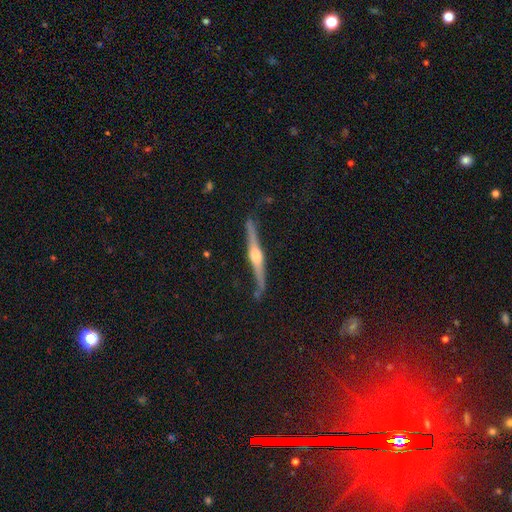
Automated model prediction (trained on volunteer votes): smooth-or-featured: featured or disk: 83% | smooth: 12% | star or artifact: 5%
  disk-edge-on: yes: 98% | no: 2%
    edge-on-bulge: rounded: 93% | boxy: 4% | none: 3%
  merging: none: 80% | minor disturbance: 14% | major disturbance: 3% | merger: 3%